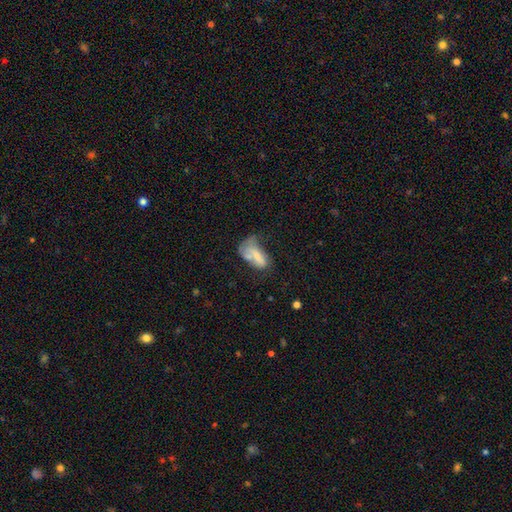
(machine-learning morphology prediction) A smooth galaxy with no disk features (58%) that is in between round and cigar-shaped (85%).

Vote fractions:
- Smooth or featured? smooth: 58% / featured or disk: 32% / star or artifact: 10%
- How rounded? in between: 85% / cigar-shaped: 10% / round: 5%
- Merging? major disturbance: 32% / minor disturbance: 26% / none: 23% / merger: 19%